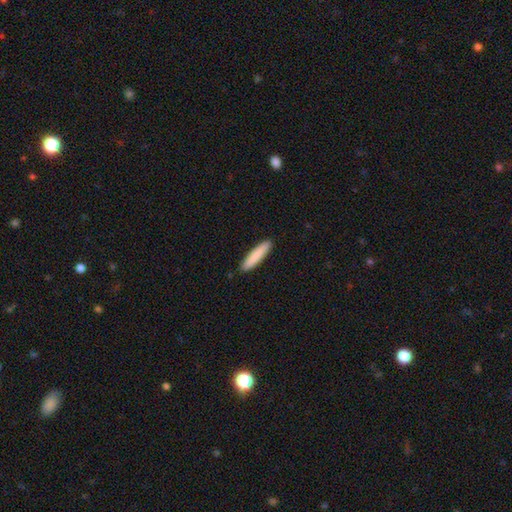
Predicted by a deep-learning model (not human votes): The model was most divided on "how rounded": cigar-shaped: 86%, in between: 13%, round: 1%. More confident: merging — none (91%); smooth or featured — smooth (85%).